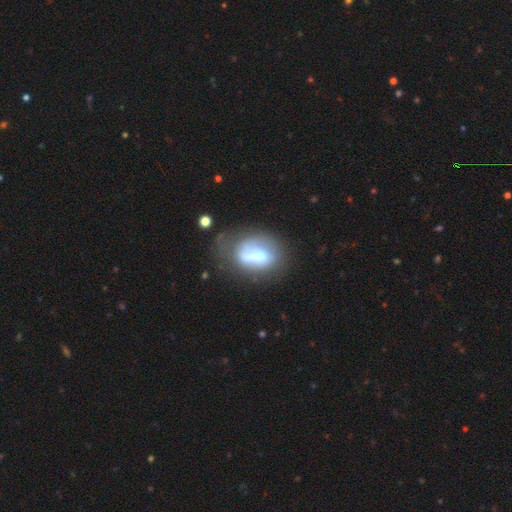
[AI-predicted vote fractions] smooth_or_featured: smooth (p=0.47) [alt: featured or disk p=0.42]
merging: none (p=0.32) [alt: major disturbance p=0.30]